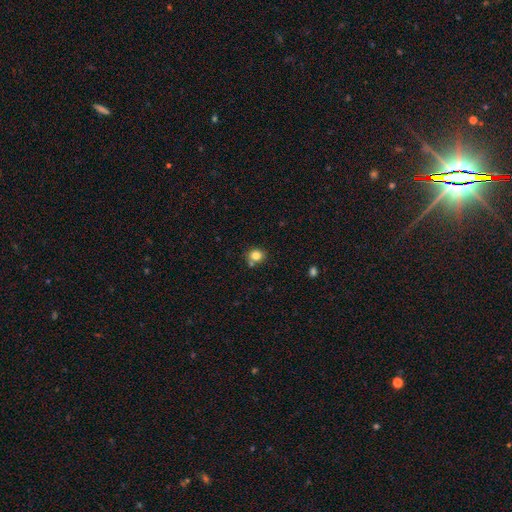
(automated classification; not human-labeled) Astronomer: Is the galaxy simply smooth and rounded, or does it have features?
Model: smooth — 81%.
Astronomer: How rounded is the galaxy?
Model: round — 79%.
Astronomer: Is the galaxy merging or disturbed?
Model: none — 70%.